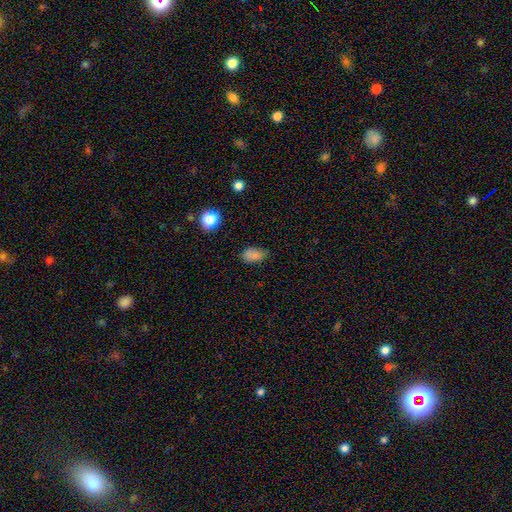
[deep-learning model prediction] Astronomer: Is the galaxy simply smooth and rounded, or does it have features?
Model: smooth — 80%.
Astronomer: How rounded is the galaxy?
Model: in between — 87%.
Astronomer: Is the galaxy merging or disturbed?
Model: none — 67%.